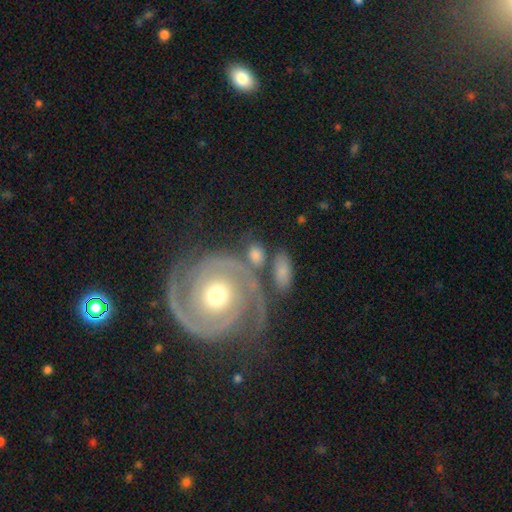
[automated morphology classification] type=featured or disk (50%); edge-on=no (95%); merging=none (58%).